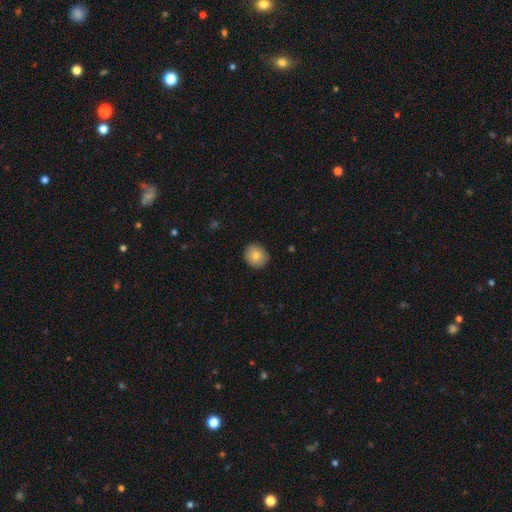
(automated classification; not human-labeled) smooth 82%, featured or disk 10%, star or artifact 8%. Down the decision tree: how rounded — round (84%); merging — none (88%).